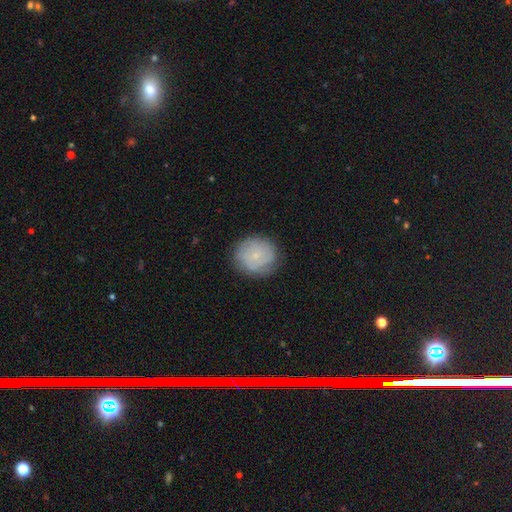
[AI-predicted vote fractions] Q: Smooth or featured?
A: smooth (55%); runner-up: featured or disk (37%)
Q: How rounded?
A: round (84%); runner-up: in between (15%)
Q: Merging?
A: none (79%); runner-up: minor disturbance (15%)